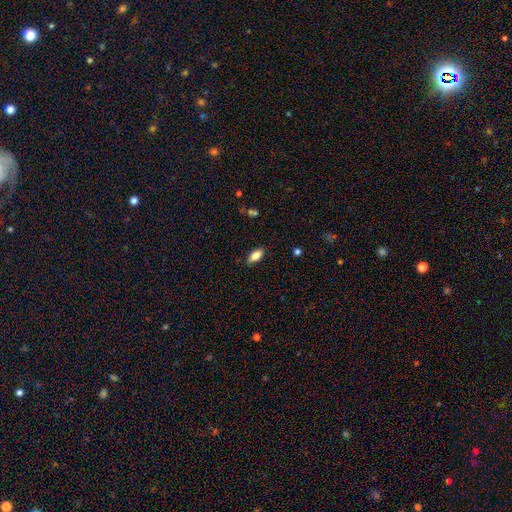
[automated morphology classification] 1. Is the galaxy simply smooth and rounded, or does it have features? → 81% smooth, 12% featured or disk, 8% star or artifact.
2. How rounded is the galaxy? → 88% in between, 8% cigar-shaped, 4% round.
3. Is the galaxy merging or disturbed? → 83% none, 13% minor disturbance, 3% major disturbance, 1% merger.